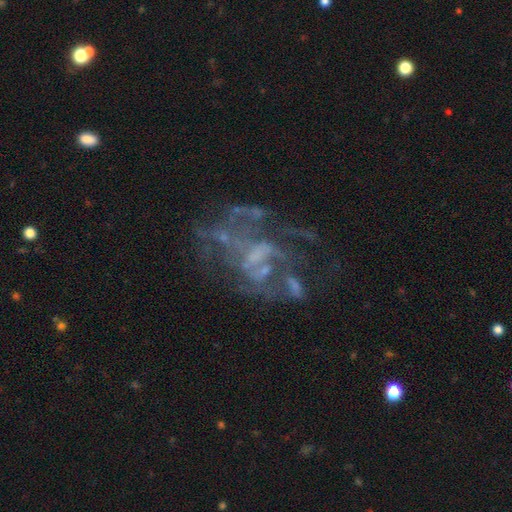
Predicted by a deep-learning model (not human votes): Smooth or featured? featured or disk (75%)
Edge-on disk? no (98%)
Bar? no (60%)
Spiral arms? no (51%)
Bulge size? none (48%)
Merging? major disturbance (37%)